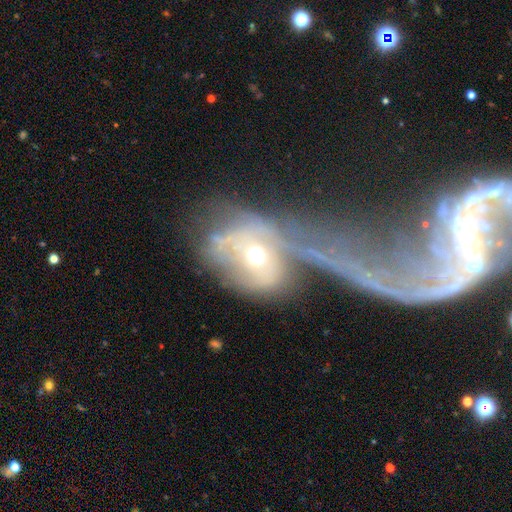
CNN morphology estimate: featured or disk 58%, smooth 30%, star or artifact 12%. Down the decision tree: edge-on disk — no (92%); bar — no (78%); spiral arms — no (60%); bulge size — moderate (66%); merging — major disturbance (47%).